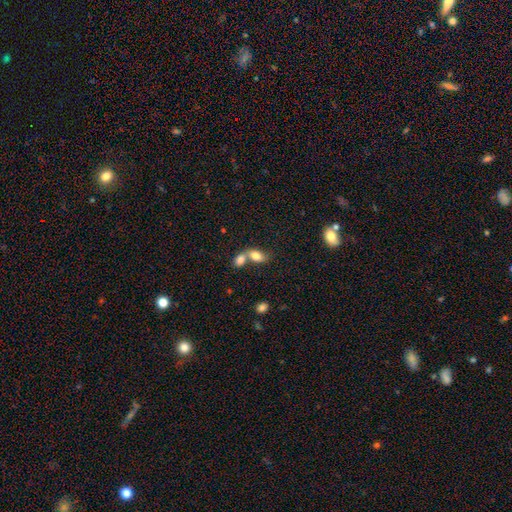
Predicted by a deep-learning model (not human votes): Overall: smooth (79%). How rounded: in between (84%). Merging: merger (67%).